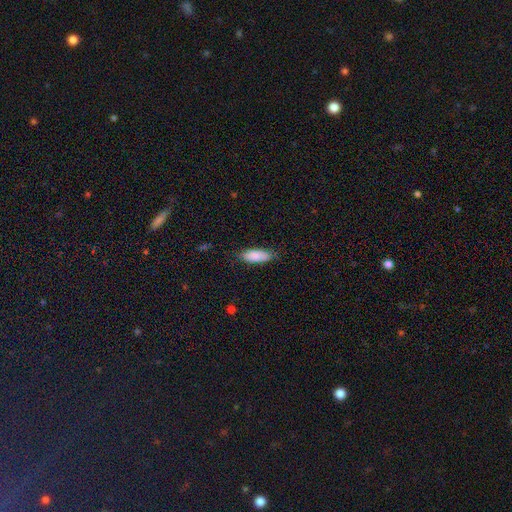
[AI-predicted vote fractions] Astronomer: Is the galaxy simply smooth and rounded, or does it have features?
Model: smooth — 85%.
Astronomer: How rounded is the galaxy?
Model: in between — 75%.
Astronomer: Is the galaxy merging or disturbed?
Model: none — 79%.